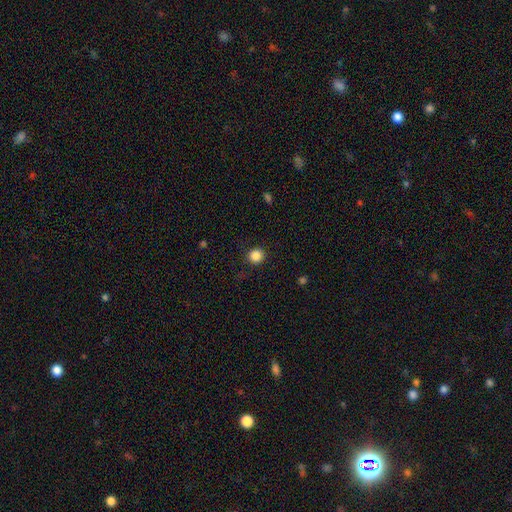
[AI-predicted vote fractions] Smooth or featured?
  - smooth: 86% *
  - star or artifact: 11%
  - featured or disk: 3%
How rounded?
  - round: 92% *
  - in between: 7%
  - cigar-shaped: 1%
Merging?
  - none: 90% *
  - minor disturbance: 6%
  - major disturbance: 2%
  - merger: 1%